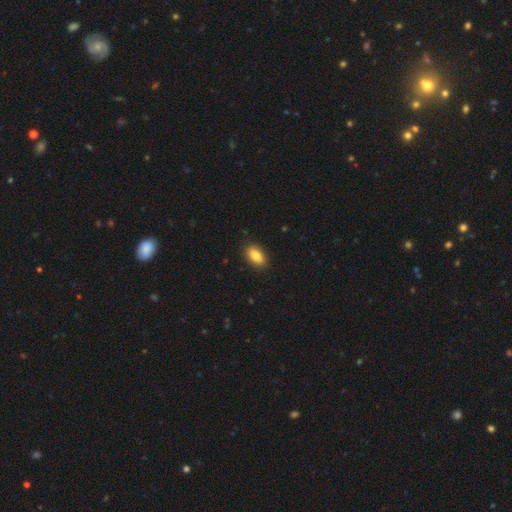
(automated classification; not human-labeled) This is clearly a smooth galaxy (84%). How rounded: clearly in between (90%). Merging: clearly none (89%).